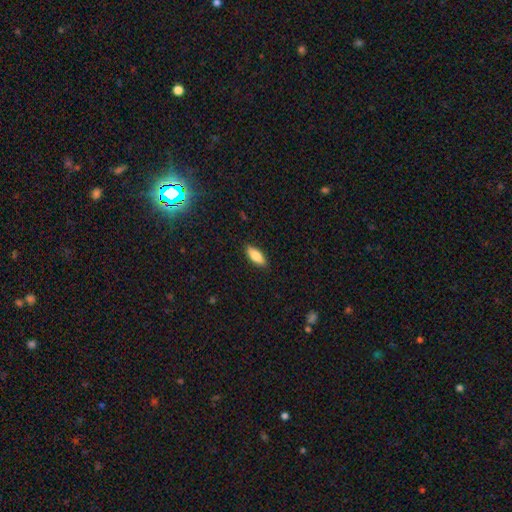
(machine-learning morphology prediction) smooth-or-featured: smooth: 80% | featured or disk: 13% | star or artifact: 6%
  how-rounded: in between: 70% | cigar-shaped: 28% | round: 2%
  merging: none: 88% | minor disturbance: 9% | major disturbance: 2% | merger: 1%